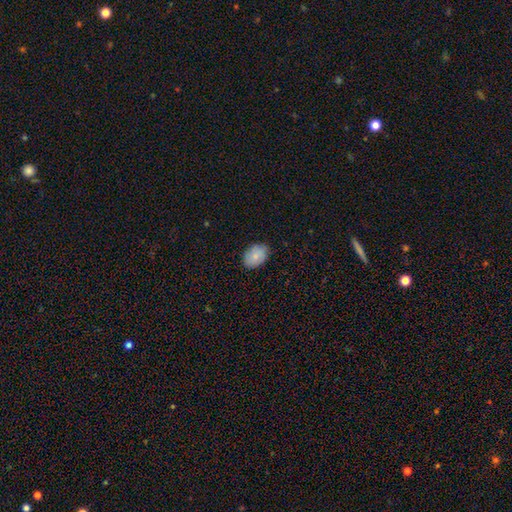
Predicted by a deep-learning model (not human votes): Morphology: type=smooth (81%); roundness=in between (80%); merging=none (84%).